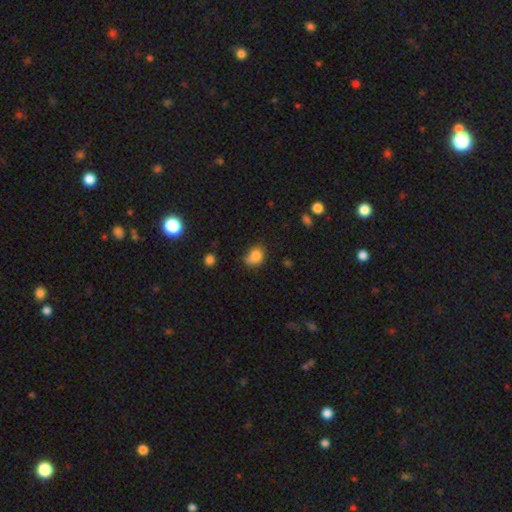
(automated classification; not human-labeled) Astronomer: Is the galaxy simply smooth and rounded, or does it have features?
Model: smooth — 82%.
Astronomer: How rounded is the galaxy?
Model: in between — 51% (runner-up: round, 48%).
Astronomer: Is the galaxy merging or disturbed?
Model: none — 50% (runner-up: minor disturbance, 35%).